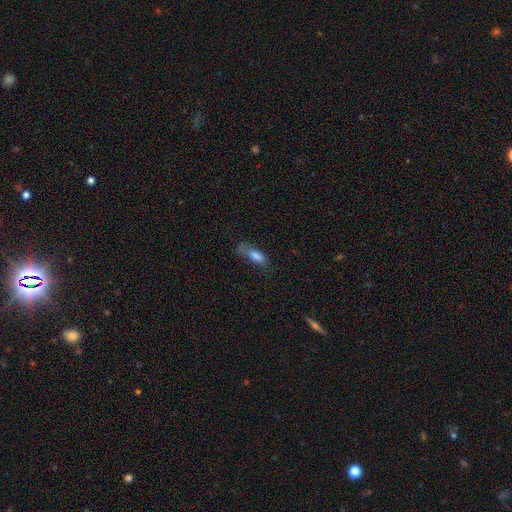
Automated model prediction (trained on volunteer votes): Smooth or featured: smooth — 77% (featured or disk — 14%)
How rounded: in between — 66% (cigar-shaped — 31%)
Merging: none — 44% (minor disturbance — 30%)